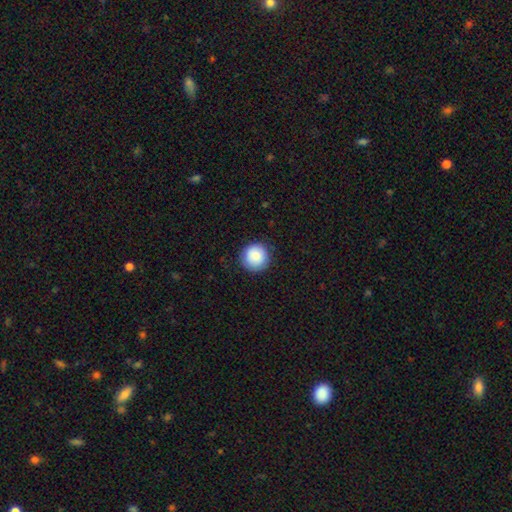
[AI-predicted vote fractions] This appears to be a smooth galaxy with no disk features (84%) that is round (95%). Merging: none (88%).